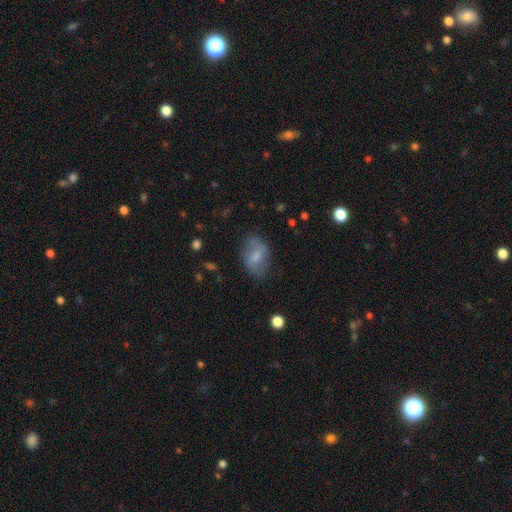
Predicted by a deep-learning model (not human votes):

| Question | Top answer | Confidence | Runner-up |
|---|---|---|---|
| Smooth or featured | smooth | 62% | featured or disk (30%) |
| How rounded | in between | 86% | round (12%) |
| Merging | none | 68% | minor disturbance (22%) |